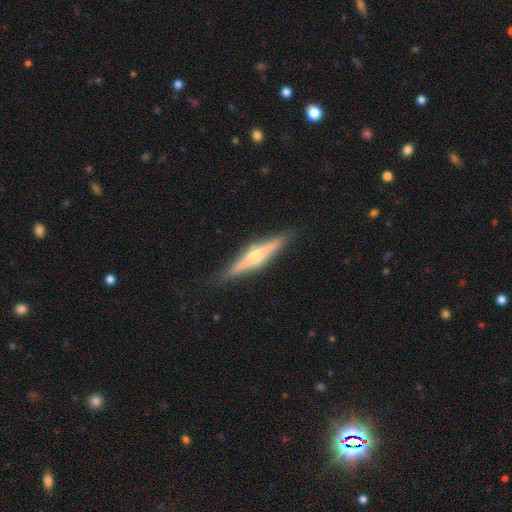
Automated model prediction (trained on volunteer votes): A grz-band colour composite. It shows a featured or disk galaxy (62%) viewed edge-on (96%) with a rounded central bulge (70%). Merging: none (86%).